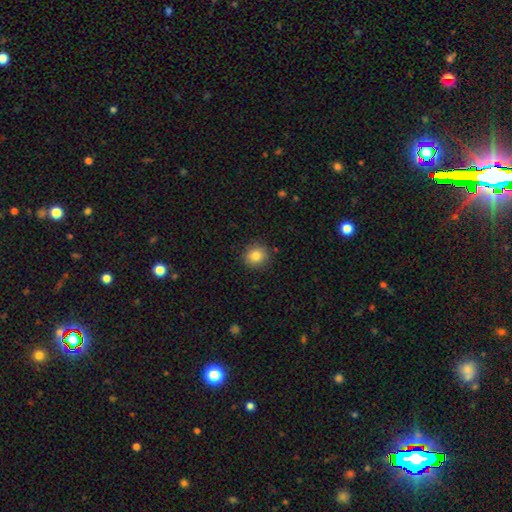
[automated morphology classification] smooth 83%, star or artifact 10%, featured or disk 7%. Down the decision tree: how rounded — round (83%); merging — none (89%).